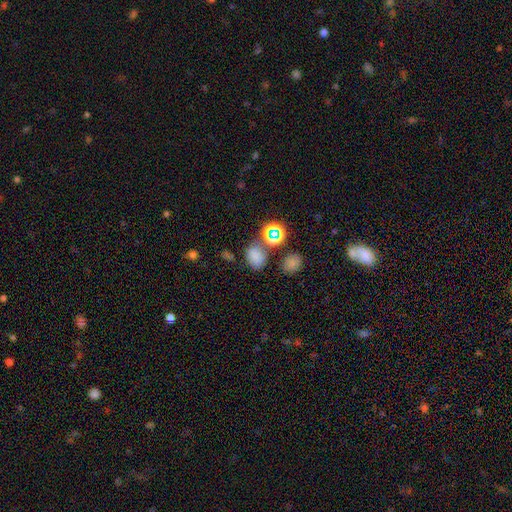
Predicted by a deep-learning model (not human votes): This appears to be a smooth galaxy with no disk features (71%) that is in between round and cigar-shaped (58%). Merging: none (62%).